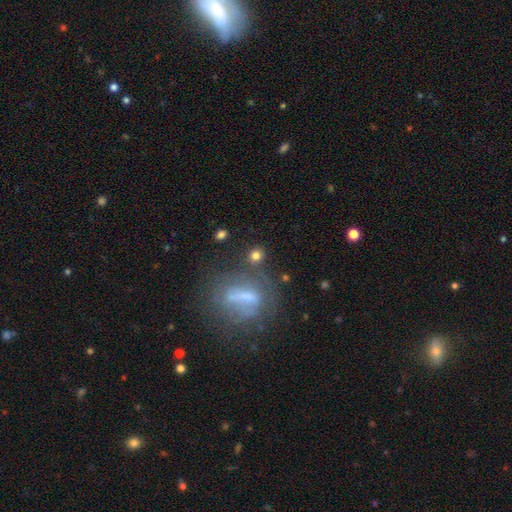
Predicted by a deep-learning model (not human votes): The model was most divided on "how rounded": round: 78%, in between: 19%, cigar-shaped: 3%. More confident: smooth or featured — smooth (75%); merging — none (73%).